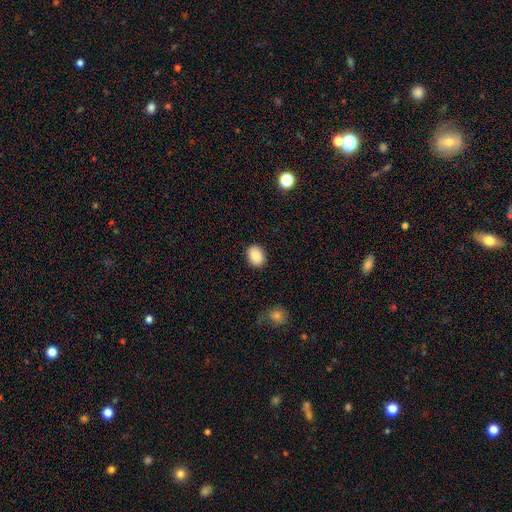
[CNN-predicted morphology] The model was most divided on "how rounded": in between: 60%, round: 39%, cigar-shaped: 1%. More confident: merging — none (88%); smooth or featured — smooth (88%).